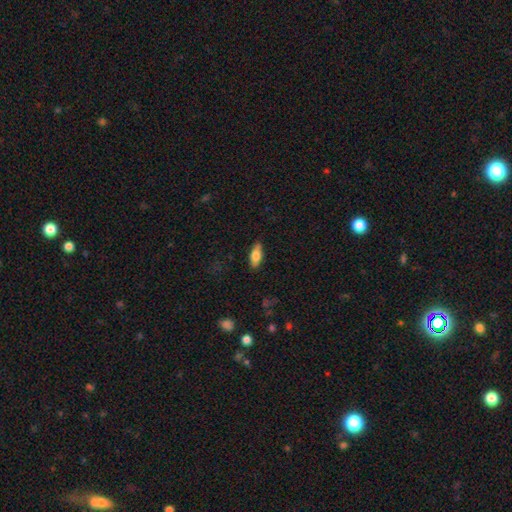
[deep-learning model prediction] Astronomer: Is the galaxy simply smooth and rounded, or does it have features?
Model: smooth — 76%.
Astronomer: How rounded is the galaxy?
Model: in between — 79%.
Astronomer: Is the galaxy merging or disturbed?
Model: none — 86%.